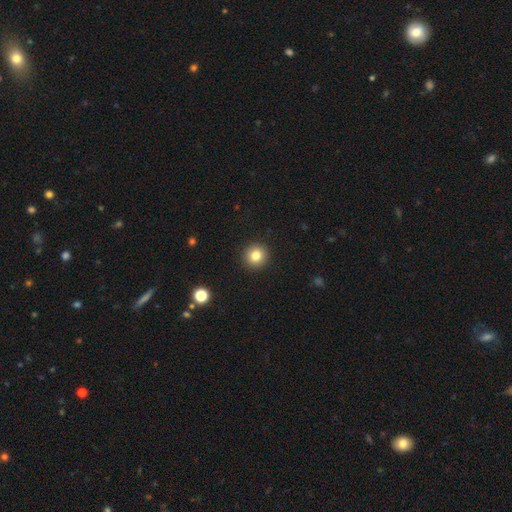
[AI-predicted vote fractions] Smooth or featured: smooth — 81% (star or artifact — 11%)
How rounded: round — 94% (in between — 5%)
Merging: none — 93% (minor disturbance — 5%)